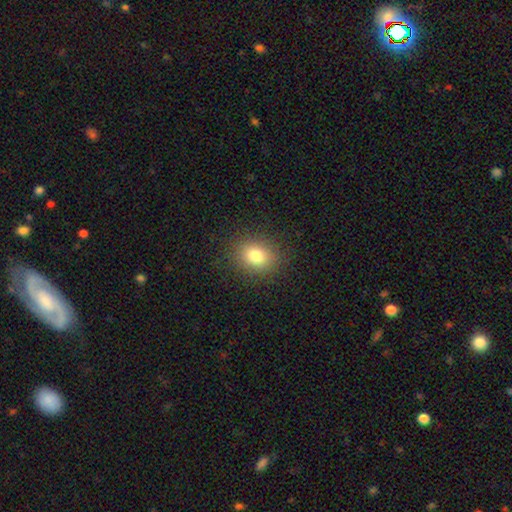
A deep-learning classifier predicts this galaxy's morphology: The model was most divided on "how rounded": round: 54%, in between: 45%, cigar-shaped: 1%. More confident: merging — none (87%); smooth or featured — smooth (81%).